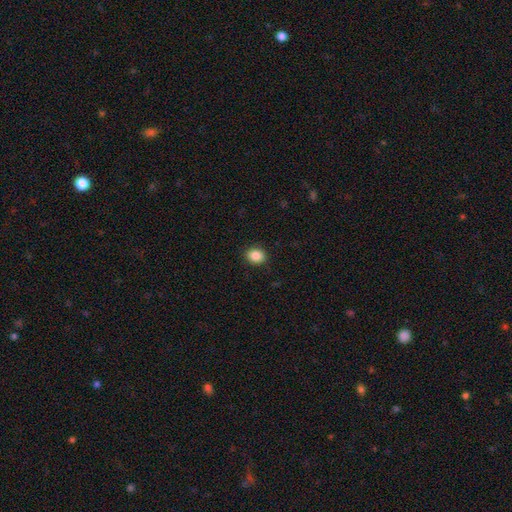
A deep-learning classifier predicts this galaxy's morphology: Smooth or featured? Predicted: smooth (p=0.88). How rounded? Predicted: round (p=0.55). Merging? Predicted: none (p=0.90).